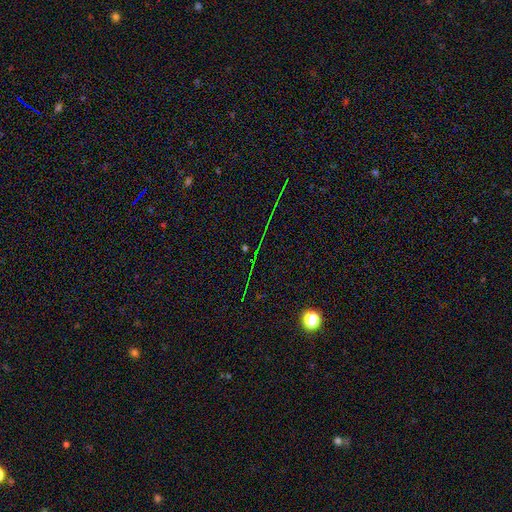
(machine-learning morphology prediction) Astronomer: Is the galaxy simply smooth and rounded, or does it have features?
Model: star or artifact — 78%.